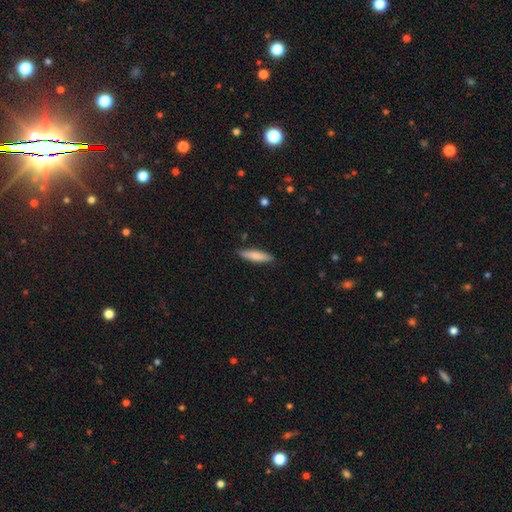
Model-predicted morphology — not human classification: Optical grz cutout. It shows a smooth galaxy with no disk features (81%) that is cigar-shaped (75%). Merging: none (88%).